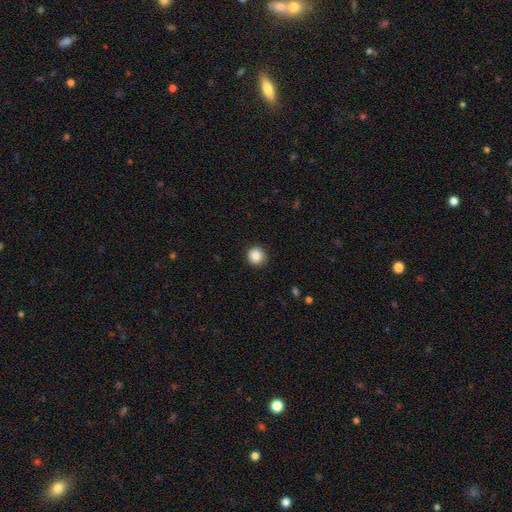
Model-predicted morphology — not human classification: smooth-or-featured: smooth: 88% | star or artifact: 9% | featured or disk: 3%
  how-rounded: round: 94% | in between: 5% | cigar-shaped: 1%
  merging: none: 90% | minor disturbance: 7% | major disturbance: 2% | merger: 1%